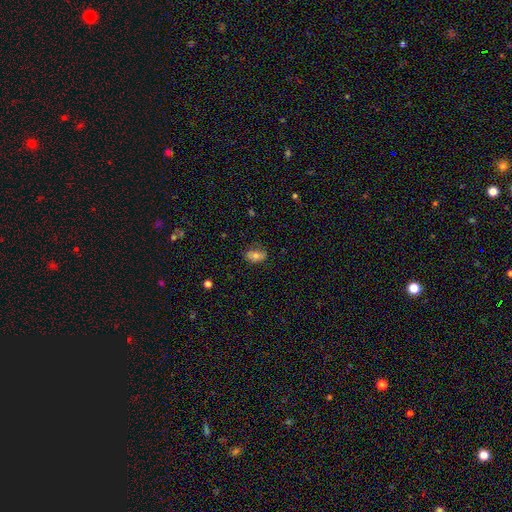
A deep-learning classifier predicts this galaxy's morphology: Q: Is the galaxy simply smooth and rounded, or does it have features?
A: smooth — 70%.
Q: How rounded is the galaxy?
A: in between — 84%.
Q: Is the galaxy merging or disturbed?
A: none — 71%.